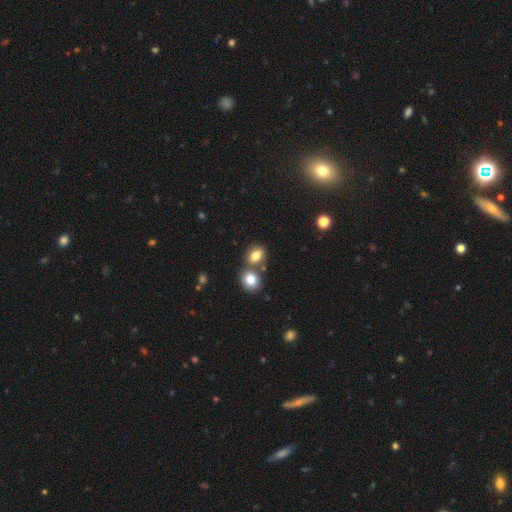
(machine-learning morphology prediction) Overall: smooth (80%). How rounded: in between (54%; round 44%). Merging: none (51%; merger 36%).